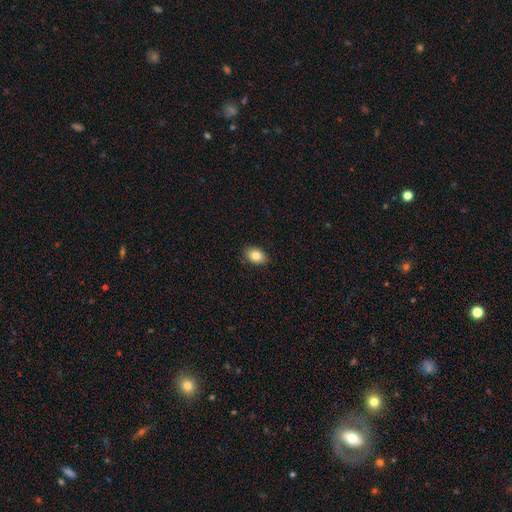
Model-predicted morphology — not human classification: Smooth or featured: smooth — 84% (star or artifact — 8%)
How rounded: in between — 83% (round — 15%)
Merging: none — 88% (minor disturbance — 9%)